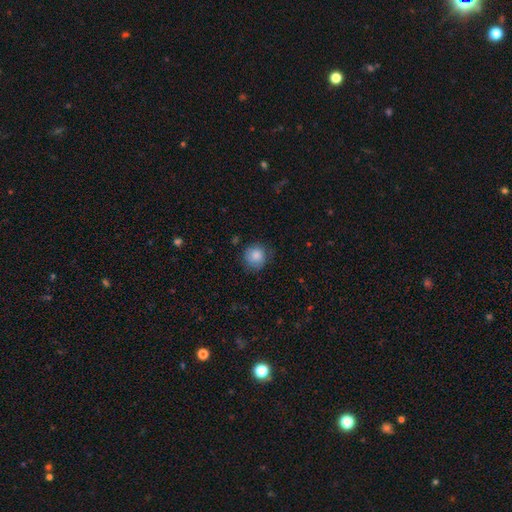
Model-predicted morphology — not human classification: A smooth galaxy with no disk features (85%) that is round (87%). Merging: none (75%).